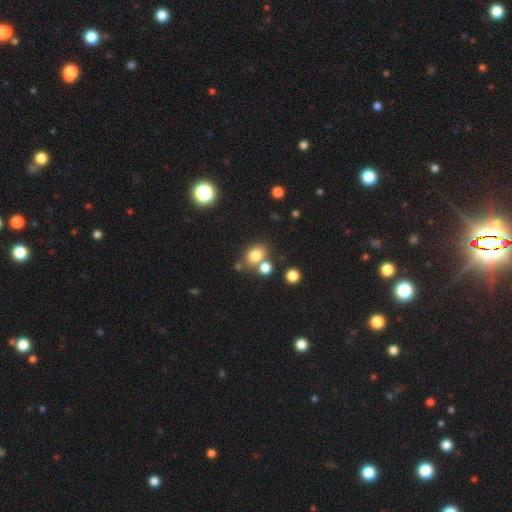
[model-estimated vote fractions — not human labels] Overall: smooth (78%). How rounded: round (50%; in between 49%). Merging: none (60%; merger 26%).